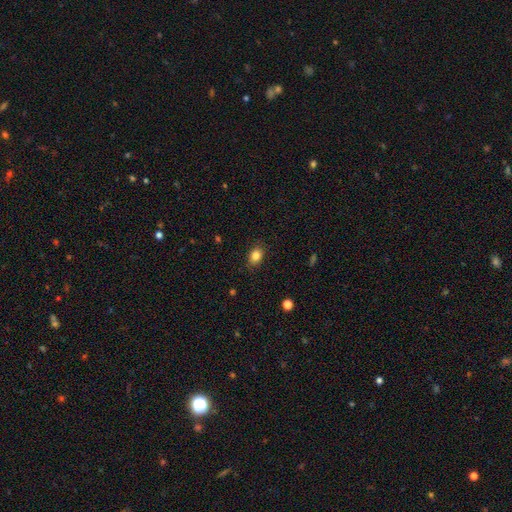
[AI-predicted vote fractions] This appears to be a smooth galaxy with no disk features (84%) that is in between round and cigar-shaped (64%). Merging: none (86%).